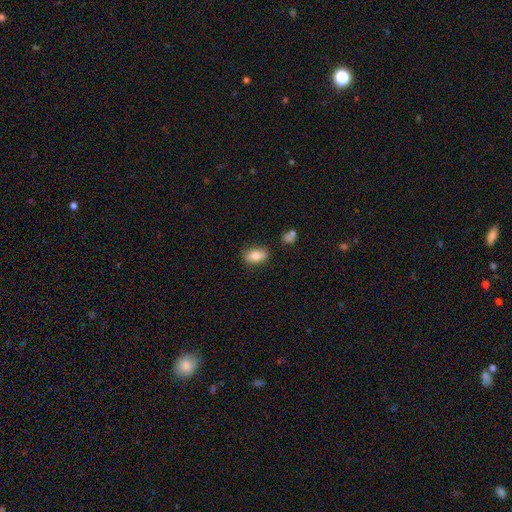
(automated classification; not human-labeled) Morphology: type=smooth (80%); roundness=in between (88%); merging=none (80%).